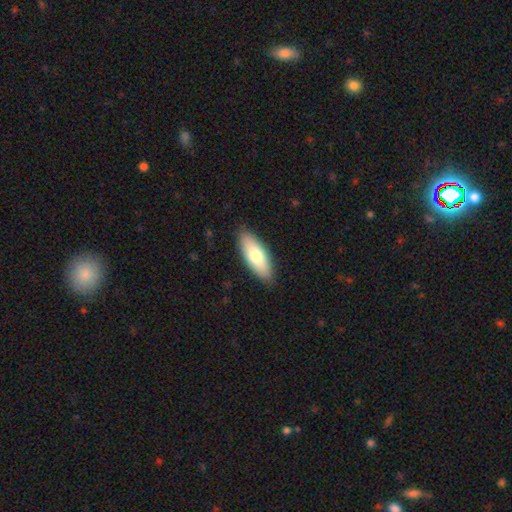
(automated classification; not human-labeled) smooth-or-featured: smooth: 73% | featured or disk: 21% | star or artifact: 6%
  how-rounded: in between: 75% | cigar-shaped: 23% | round: 2%
  merging: none: 87% | minor disturbance: 10% | major disturbance: 2% | merger: 1%